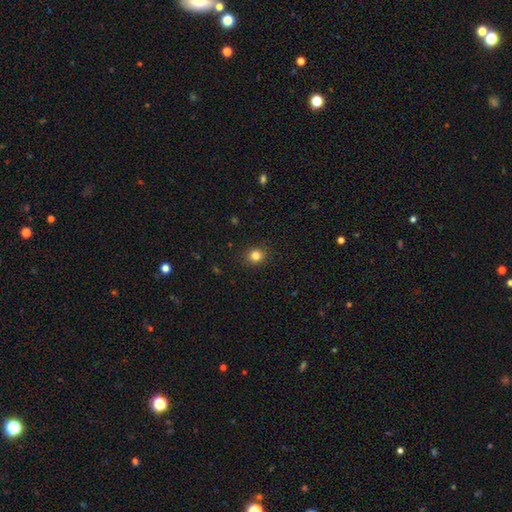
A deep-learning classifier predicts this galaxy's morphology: type=smooth (82%); roundness=round (84%); merging=none (91%).